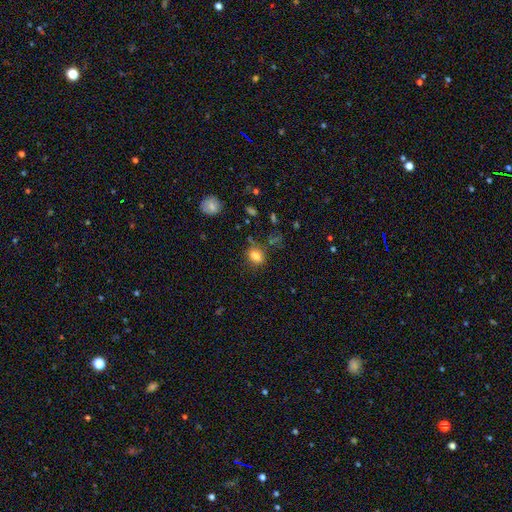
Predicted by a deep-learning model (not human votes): This is clearly a smooth galaxy (81%). How rounded: likely in between (65%). Merging: likely none (75%).